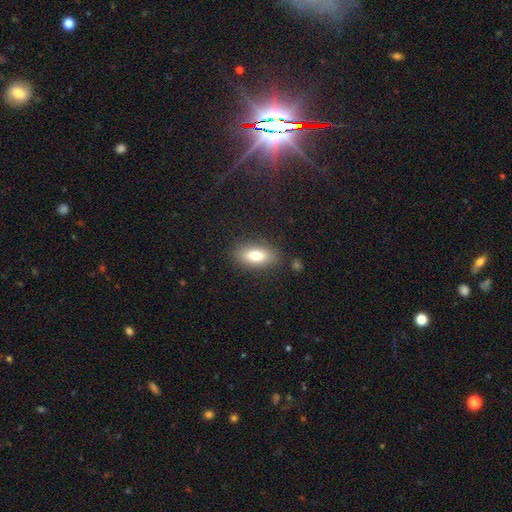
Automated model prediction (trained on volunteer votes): Smooth or featured?
  - smooth: 77% *
  - featured or disk: 15%
  - star or artifact: 8%
How rounded?
  - in between: 86% *
  - cigar-shaped: 9%
  - round: 6%
Merging?
  - none: 85% *
  - minor disturbance: 10%
  - major disturbance: 3%
  - merger: 2%